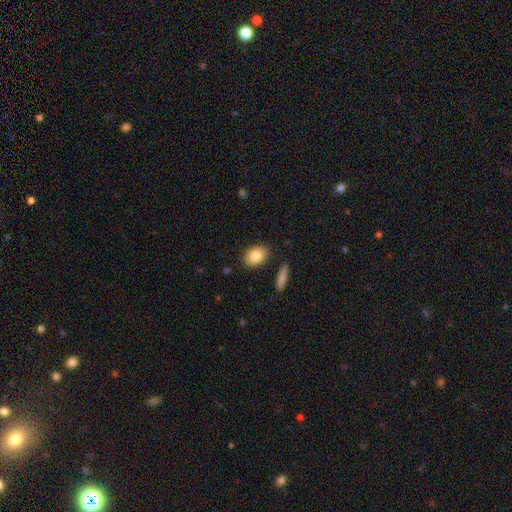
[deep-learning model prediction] smooth 84%, featured or disk 9%, star or artifact 7%. Down the decision tree: how rounded — in between (77%); merging — none (86%).